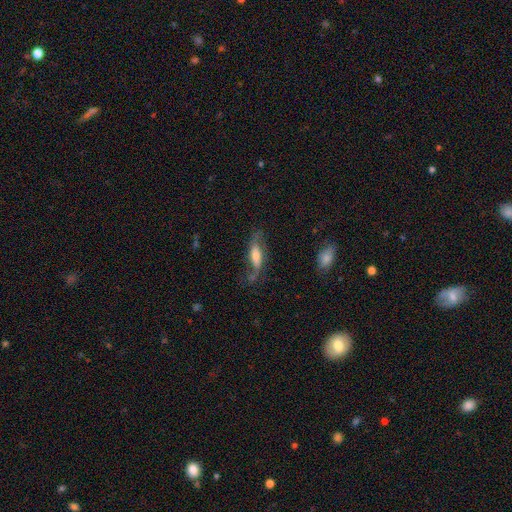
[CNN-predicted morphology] This is likely a featured or disk galaxy (61%). It is likely not viewed edge-on (71%). Merging: possibly none (57%).